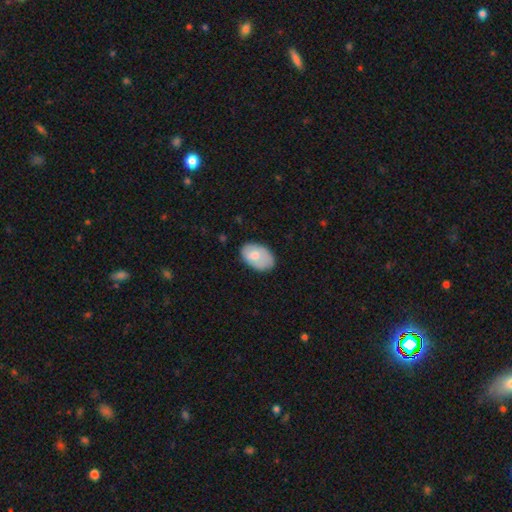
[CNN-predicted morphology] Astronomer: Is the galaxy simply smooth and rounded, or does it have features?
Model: smooth — 74%.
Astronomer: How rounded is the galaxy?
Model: in between — 91%.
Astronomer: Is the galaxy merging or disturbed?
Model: none — 64%.